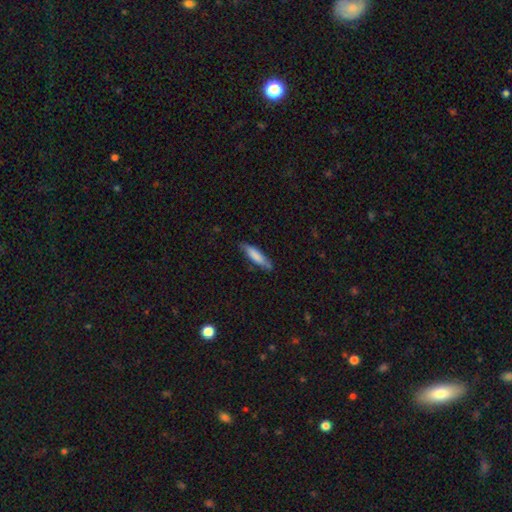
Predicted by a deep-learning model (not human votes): smooth_or_featured: smooth (p=0.77) [alt: featured or disk p=0.18]
how_rounded: cigar-shaped (p=0.75) [alt: in between p=0.23]
merging: none (p=0.75) [alt: minor disturbance p=0.20]